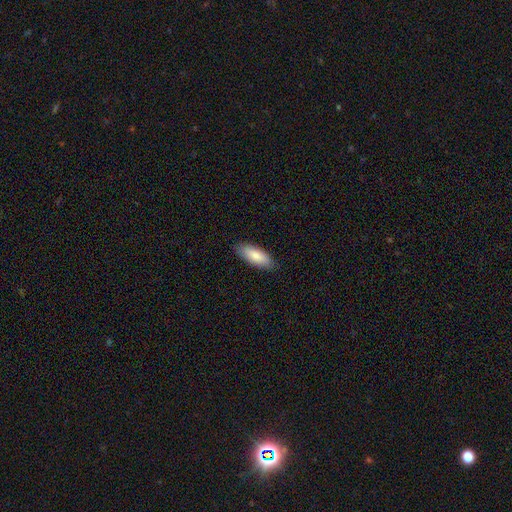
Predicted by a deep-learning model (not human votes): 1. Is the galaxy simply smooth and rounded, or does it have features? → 84% smooth, 10% featured or disk, 5% star or artifact.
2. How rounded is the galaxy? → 74% in between, 25% cigar-shaped, 2% round.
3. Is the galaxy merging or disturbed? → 87% none, 10% minor disturbance, 2% major disturbance, 1% merger.